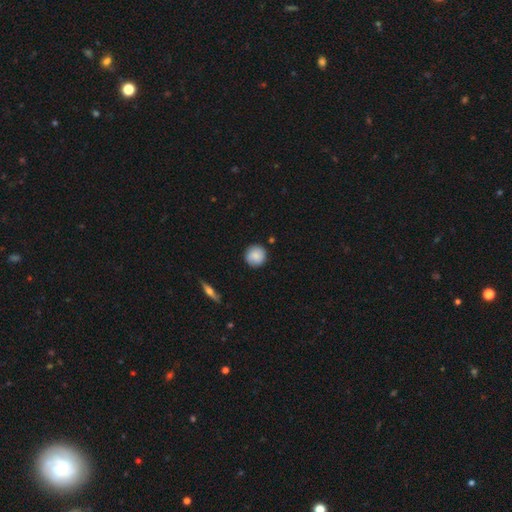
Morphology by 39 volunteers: type=smooth (79%); roundness=round (90%); merging=none (89%).